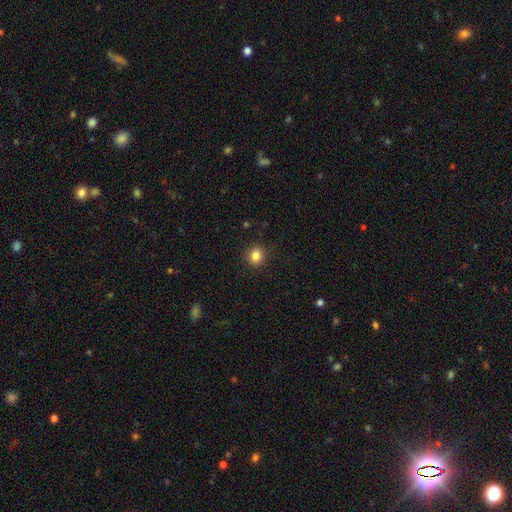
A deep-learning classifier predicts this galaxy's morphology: A smooth galaxy with no disk features (84%) that is round (77%). Merging: none (90%).